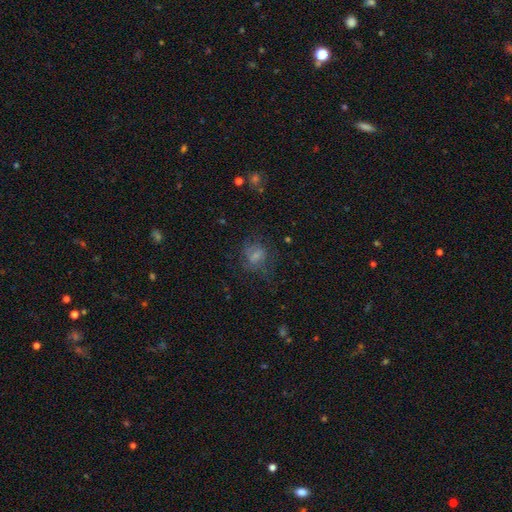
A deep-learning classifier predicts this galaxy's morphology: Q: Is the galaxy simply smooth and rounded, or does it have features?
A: smooth — 52%.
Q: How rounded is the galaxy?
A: round — 67%.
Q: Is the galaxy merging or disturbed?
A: none — 53%.